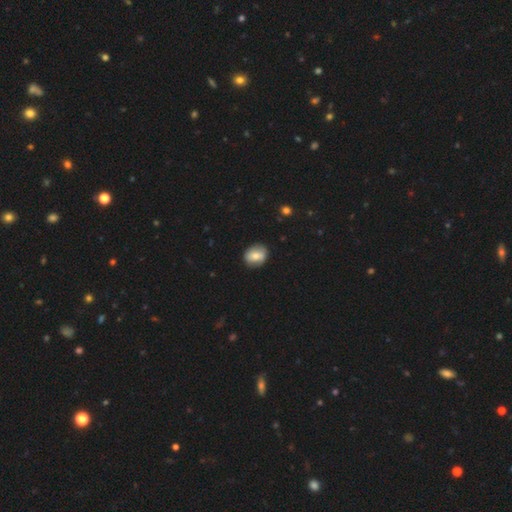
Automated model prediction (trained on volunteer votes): A smooth galaxy with no disk features (68%) that is round (56%). Merging: none (82%).